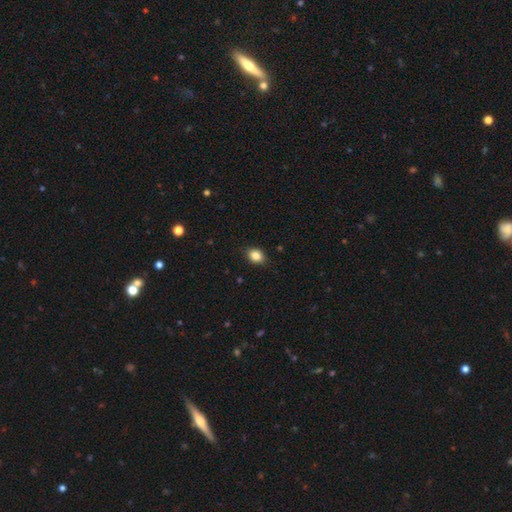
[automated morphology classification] Smooth or featured? Predicted: smooth (p=0.85). How rounded? Predicted: in between (p=0.64). Merging? Predicted: none (p=0.86).